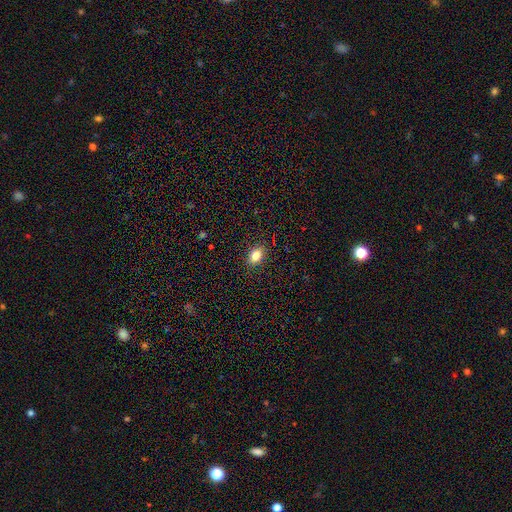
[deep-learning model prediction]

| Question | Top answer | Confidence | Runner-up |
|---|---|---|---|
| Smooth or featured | smooth | 82% | star or artifact (10%) |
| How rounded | in between | 79% | round (19%) |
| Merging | none | 88% | minor disturbance (9%) |